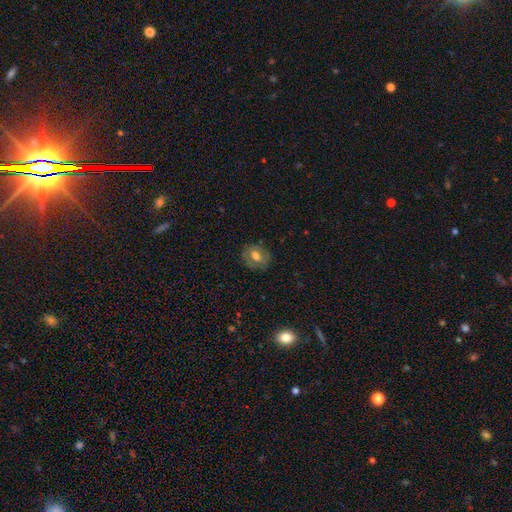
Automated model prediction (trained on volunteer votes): Smooth or featured: smooth — 59% (featured or disk — 31%)
How rounded: round — 51% (in between — 48%)
Merging: none — 79% (minor disturbance — 15%)